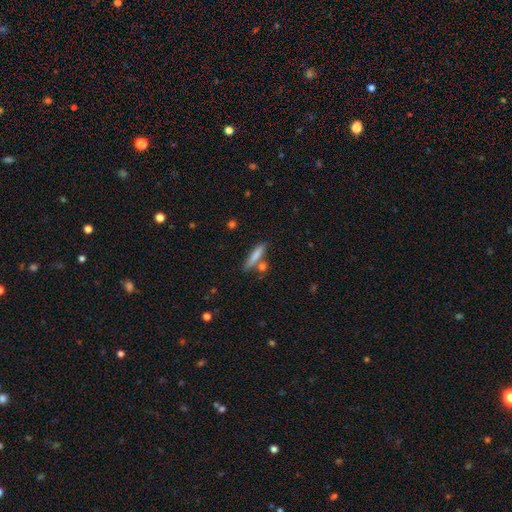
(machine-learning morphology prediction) Smooth or featured? smooth (78%)
How rounded? cigar-shaped (85%)
Merging? none (72%)